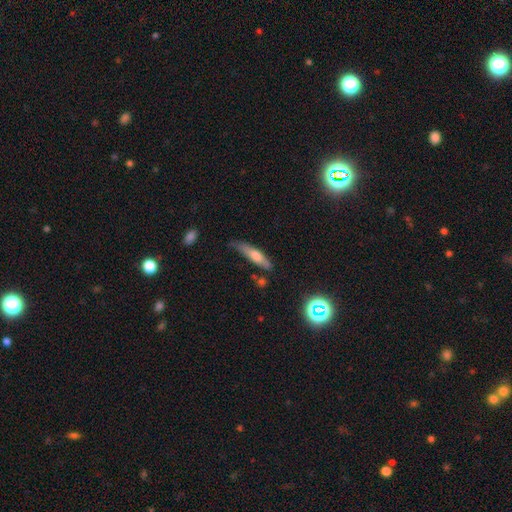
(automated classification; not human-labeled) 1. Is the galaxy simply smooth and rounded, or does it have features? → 53% smooth, 36% featured or disk, 11% star or artifact.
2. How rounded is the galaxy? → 77% cigar-shaped, 21% in between, 3% round.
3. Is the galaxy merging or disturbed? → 57% none, 30% minor disturbance, 9% major disturbance, 4% merger.